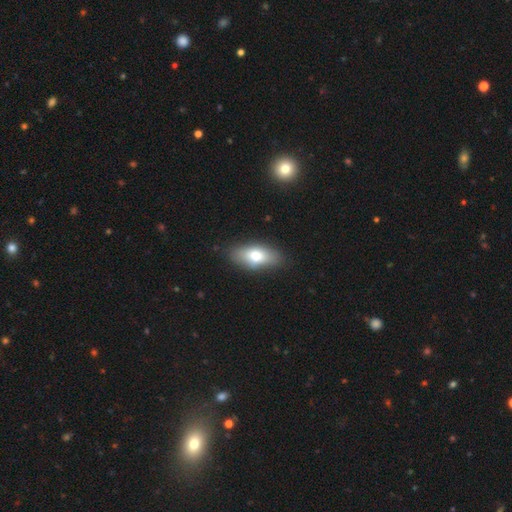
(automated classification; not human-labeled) smooth 73%, featured or disk 20%, star or artifact 7%. Down the decision tree: how rounded — in between (86%); merging — none (82%).